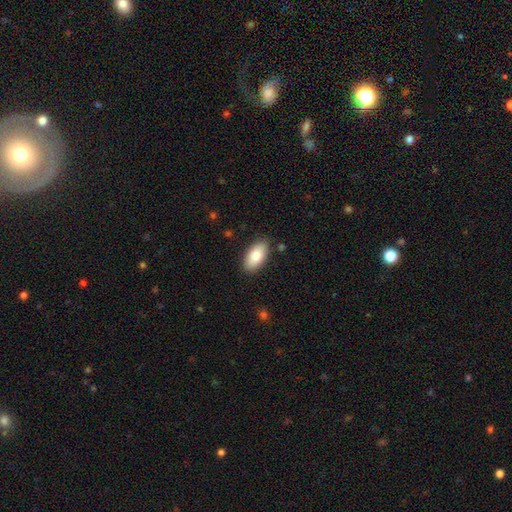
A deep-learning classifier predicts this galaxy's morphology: This is clearly a smooth galaxy (82%). How rounded: clearly in between (93%). Merging: clearly none (86%).